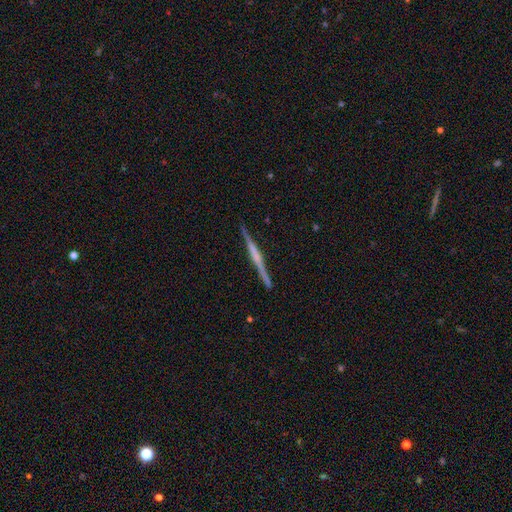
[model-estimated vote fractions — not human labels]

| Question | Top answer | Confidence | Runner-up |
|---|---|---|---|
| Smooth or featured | featured or disk | 72% | smooth (23%) |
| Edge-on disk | yes | 98% | no (2%) |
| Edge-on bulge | none | 46% | rounded (32%) |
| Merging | none | 91% | minor disturbance (7%) |